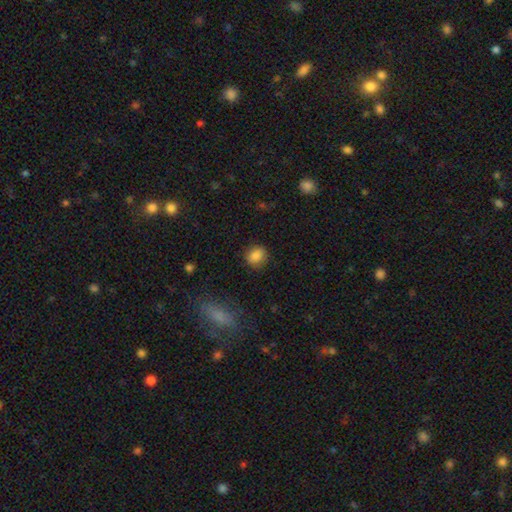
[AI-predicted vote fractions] This is clearly a smooth galaxy (86%). How rounded: likely round (67%). Merging: clearly none (86%).